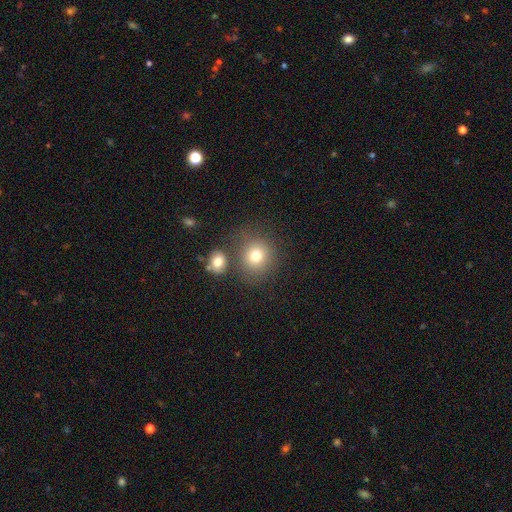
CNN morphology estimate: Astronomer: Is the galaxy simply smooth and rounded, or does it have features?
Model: smooth — 76%.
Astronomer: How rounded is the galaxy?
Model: round — 83%.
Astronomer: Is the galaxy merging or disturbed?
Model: none — 69%.